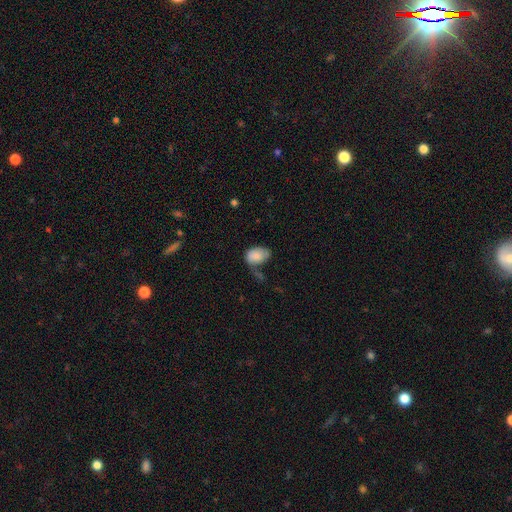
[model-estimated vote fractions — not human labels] smooth 82%, featured or disk 10%, star or artifact 7%. Down the decision tree: how rounded — in between (87%); merging — none (38%).